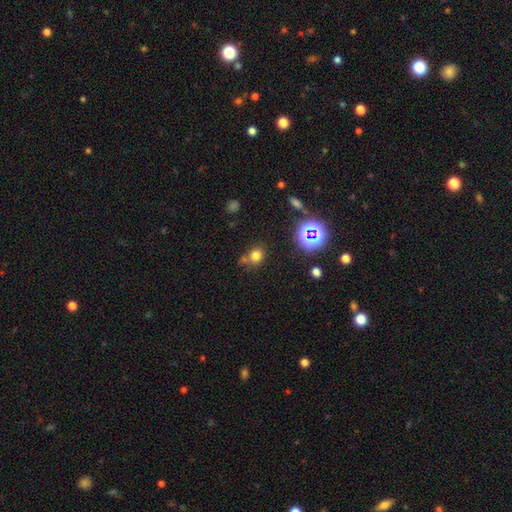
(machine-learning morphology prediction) smooth_or_featured: smooth (p=0.70) [alt: star or artifact p=0.22]
how_rounded: round (p=0.72) [alt: in between p=0.27]
merging: none (p=0.64) [alt: merger p=0.18]